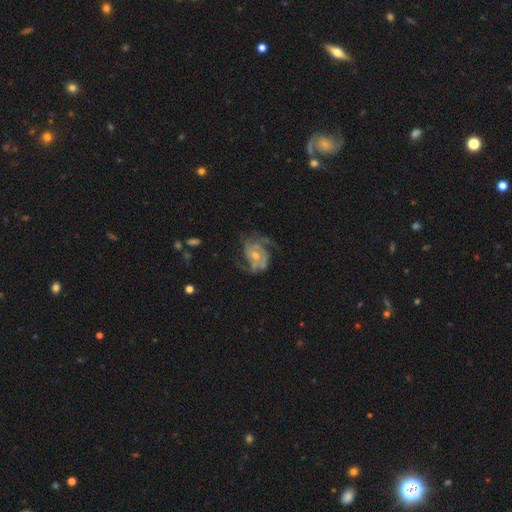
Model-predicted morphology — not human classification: A featured or disk galaxy (80%) with no bar (68%), 2 (32%) medium (46%) spiral arms (92%) and a small central bulge (49%).

Vote fractions:
- Smooth or featured? featured or disk: 80% / smooth: 10% / star or artifact: 10%
- Edge-on disk? no: 97% / yes: 3%
- Bar? no: 68% / weak: 26% / strong: 7%
- Spiral arms? yes: 92% / no: 8%
- Spiral winding? medium: 46% / tight: 36% / loose: 18%
- Spiral arm count? 2: 32% / 3: 30% / can't tell: 21% / 4: 7% / 1: 5% / more than 4: 5%
- Bulge size? small: 49% / moderate: 46% / large: 2% / none: 2% / dominant: 1%
- Merging? none: 61% / minor disturbance: 19% / major disturbance: 17% / merger: 2%